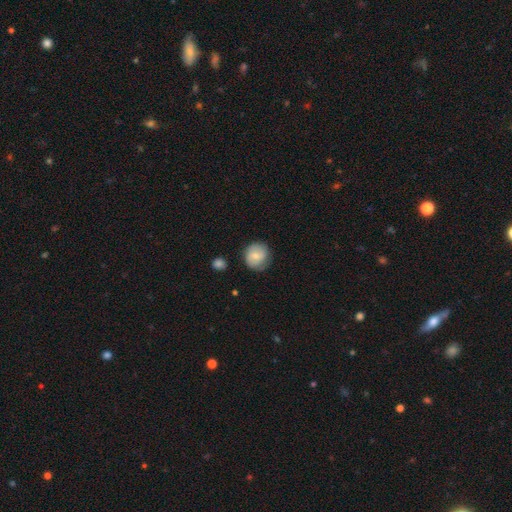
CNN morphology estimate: type=smooth (71%); roundness=round (81%); merging=none (70%).